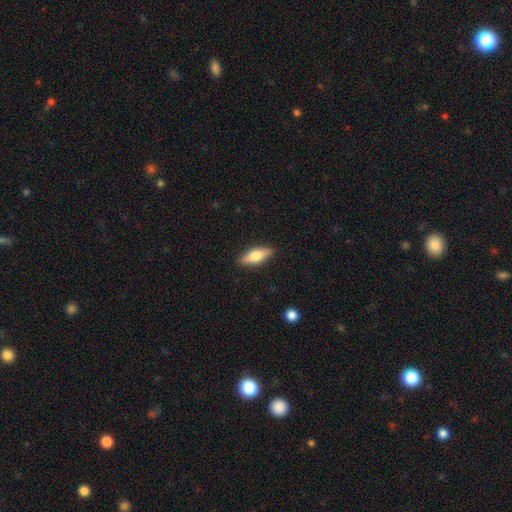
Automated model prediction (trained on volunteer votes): The model was most divided on "how rounded": in between: 59%, cigar-shaped: 38%, round: 3%. More confident: merging — none (89%); smooth or featured — smooth (65%).